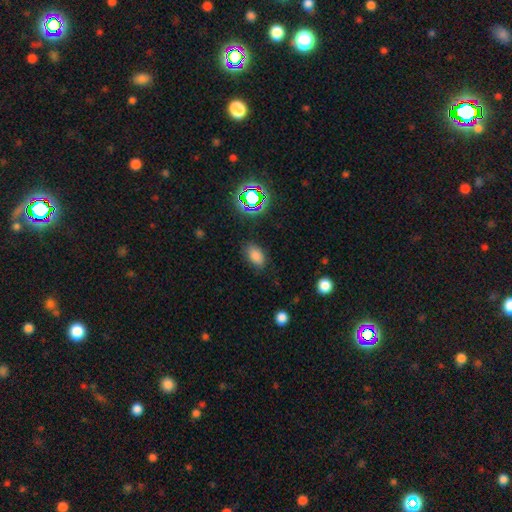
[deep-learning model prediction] Q: Smooth or featured?
A: smooth (79%); runner-up: star or artifact (15%)
Q: How rounded?
A: in between (88%); runner-up: round (10%)
Q: Merging?
A: none (80%); runner-up: minor disturbance (14%)